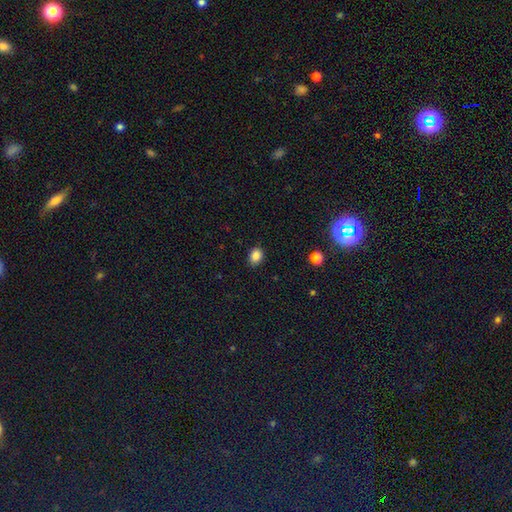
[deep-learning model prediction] smooth-or-featured: smooth: 85% | star or artifact: 10% | featured or disk: 4%
  how-rounded: in between: 63% | round: 36% | cigar-shaped: 1%
  merging: none: 87% | minor disturbance: 10% | major disturbance: 2% | merger: 1%